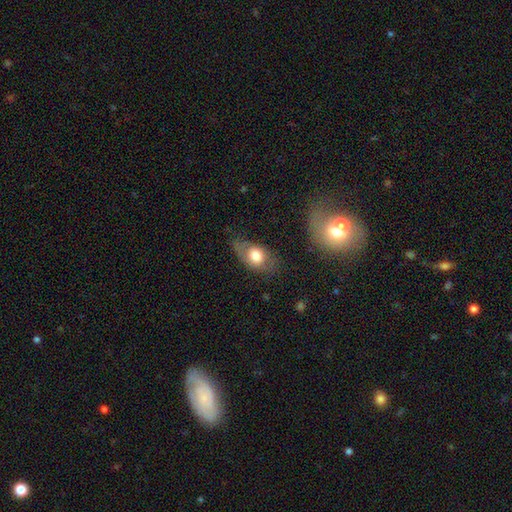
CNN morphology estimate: type=smooth (64%); roundness=in between (80%); merging=none (57%).